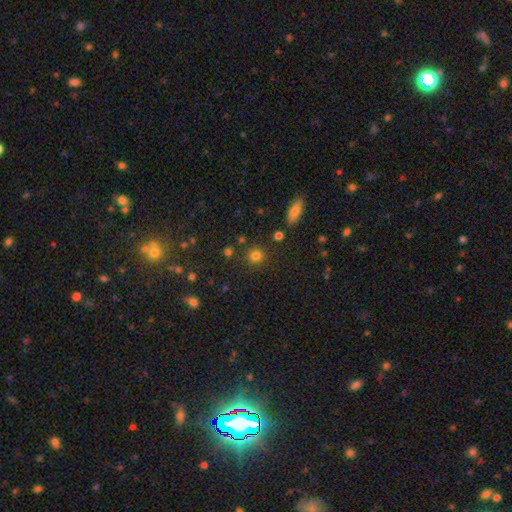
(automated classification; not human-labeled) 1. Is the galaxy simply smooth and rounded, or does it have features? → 78% smooth, 16% star or artifact, 6% featured or disk.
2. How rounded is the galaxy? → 90% round, 9% in between, 1% cigar-shaped.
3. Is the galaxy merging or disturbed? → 84% none, 8% minor disturbance, 4% merger, 3% major disturbance.